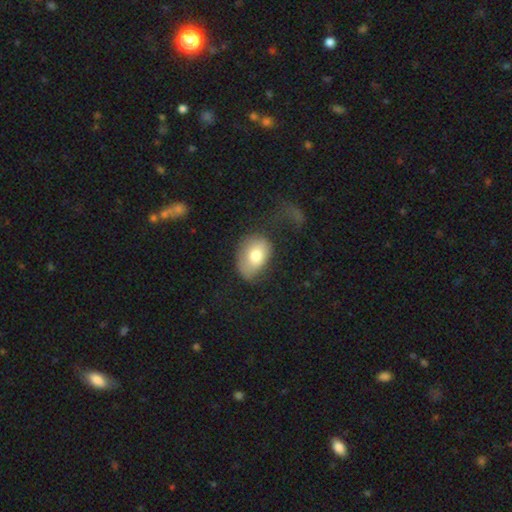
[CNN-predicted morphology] A smooth galaxy with no disk features (75%) that is in between round and cigar-shaped (73%).

Vote fractions:
- Smooth or featured? smooth: 75% / featured or disk: 17% / star or artifact: 8%
- How rounded? in between: 73% / round: 26% / cigar-shaped: 1%
- Merging? none: 38% / major disturbance: 30% / minor disturbance: 29% / merger: 3%